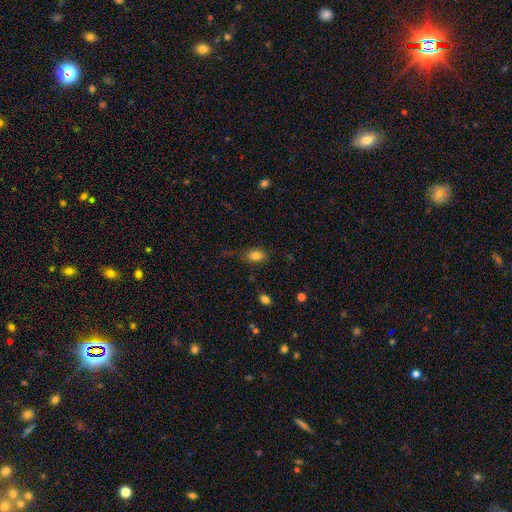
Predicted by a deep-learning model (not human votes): Smooth or featured? Predicted: smooth (p=0.81). How rounded? Predicted: in between (p=0.82). Merging? Predicted: none (p=0.71).